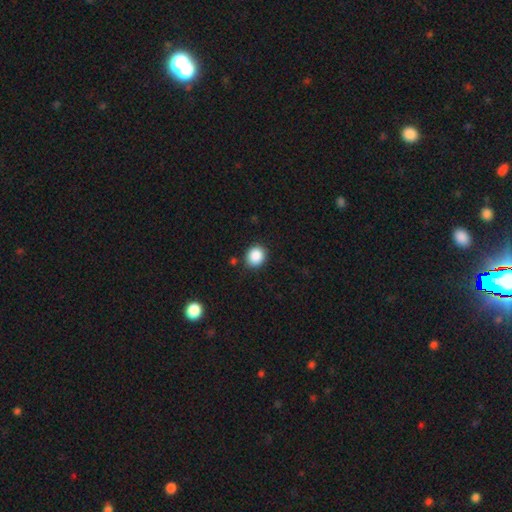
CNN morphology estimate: This is clearly a smooth galaxy (88%). How rounded: likely round (79%). Merging: clearly none (86%).